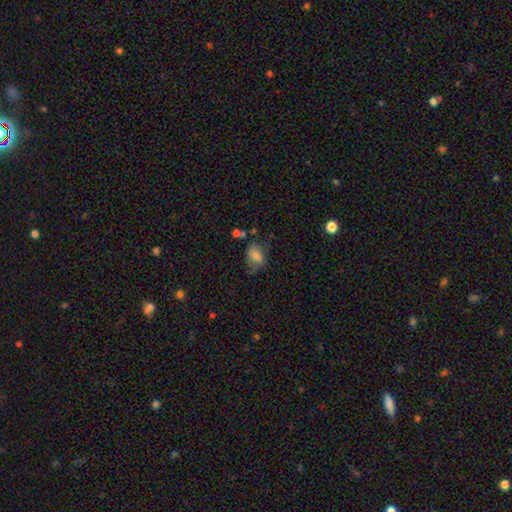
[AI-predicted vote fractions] This is likely a smooth galaxy (63%). How rounded: likely in between (71%). Merging: possibly none (50%).